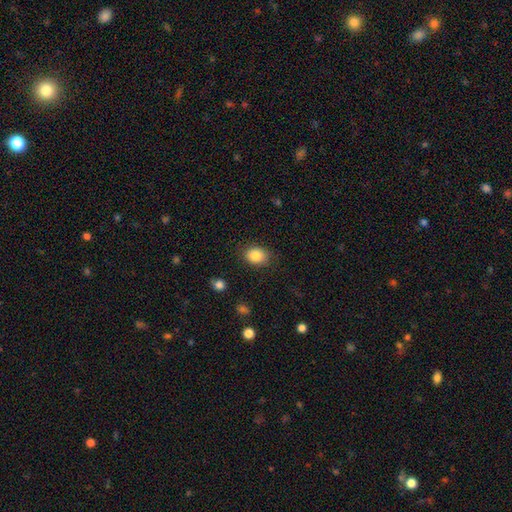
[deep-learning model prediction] This is clearly a smooth galaxy (84%). How rounded: possibly in between (58%). Merging: clearly none (84%).